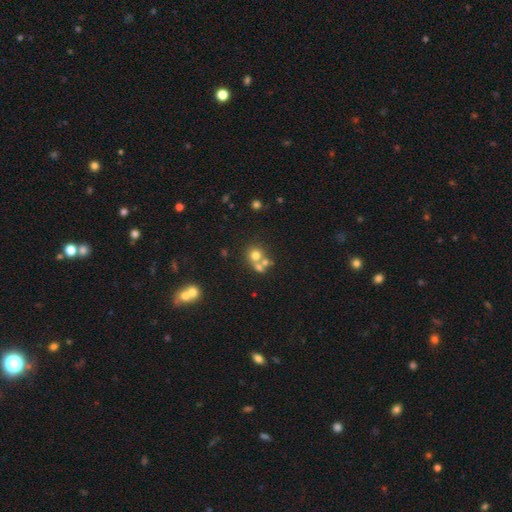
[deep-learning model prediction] A smooth galaxy with no disk features (65%) that is round (85%).

Vote fractions:
- Smooth or featured? smooth: 65% / featured or disk: 18% / star or artifact: 17%
- How rounded? round: 85% / in between: 14% / cigar-shaped: 1%
- Merging? none: 45% / merger: 43% / minor disturbance: 7% / major disturbance: 4%